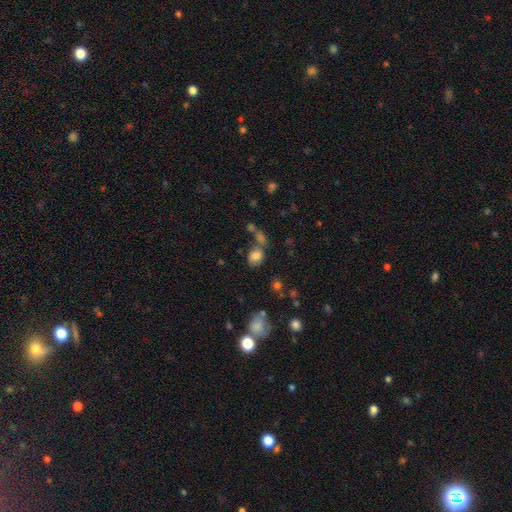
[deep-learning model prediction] The model was most divided on "how rounded": in between: 55%, round: 43%, cigar-shaped: 1%. More confident: smooth or featured — smooth (79%); merging — none (53%).